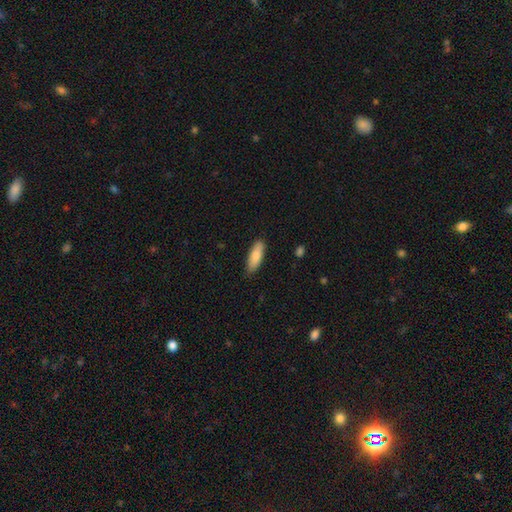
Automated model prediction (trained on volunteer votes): smooth_or_featured: smooth (p=0.82) [alt: featured or disk p=0.12]
how_rounded: in between (p=0.61) [alt: cigar-shaped p=0.37]
merging: none (p=0.84) [alt: minor disturbance p=0.13]